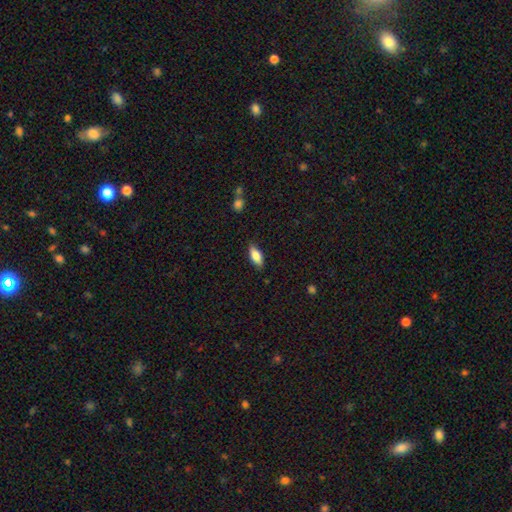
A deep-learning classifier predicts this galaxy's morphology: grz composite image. It shows a smooth galaxy with no disk features (81%) that is in between round and cigar-shaped (82%). Merging: none (86%).